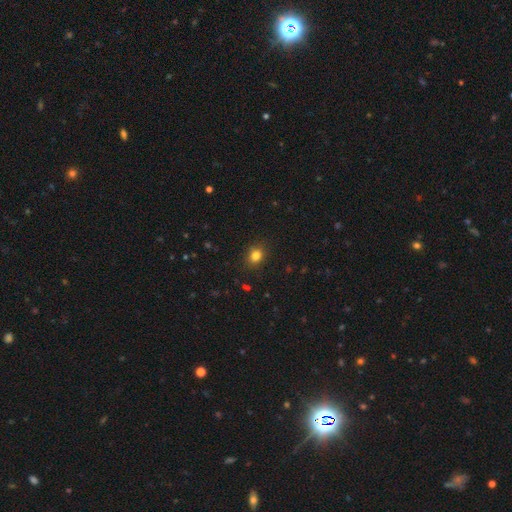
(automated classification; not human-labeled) Smooth or featured? Predicted: smooth (p=0.82). How rounded? Predicted: round (p=0.62). Merging? Predicted: none (p=0.88).